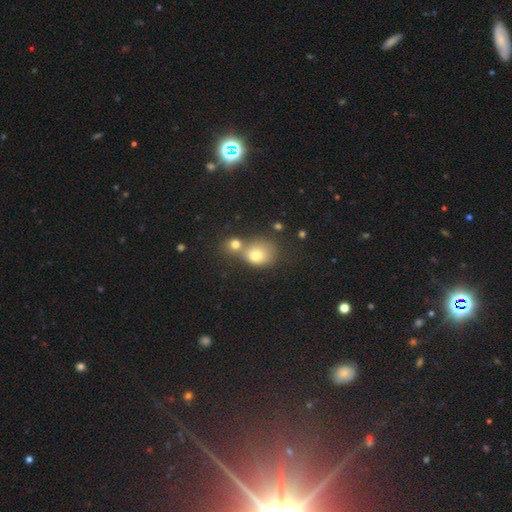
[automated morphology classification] smooth 74%, star or artifact 13%, featured or disk 13%. Down the decision tree: how rounded — round (65%); merging — merger (50%).